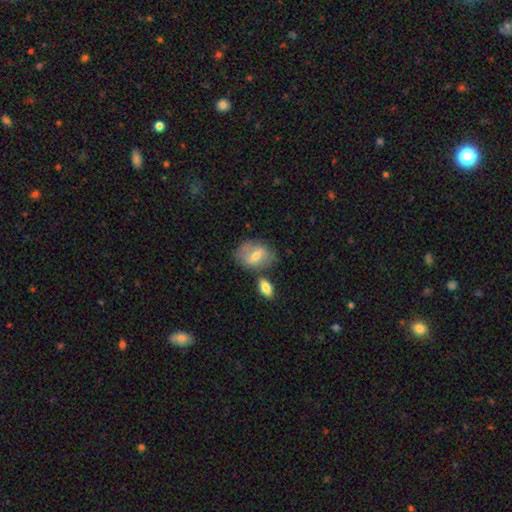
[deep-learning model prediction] This is possibly a smooth galaxy (50%). How rounded: likely in between (78%). Merging: likely none (62%).